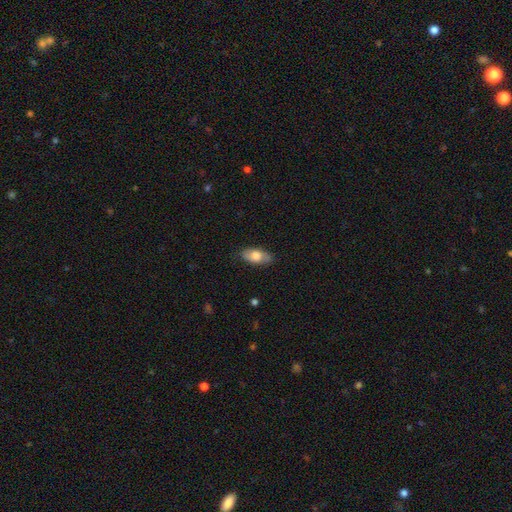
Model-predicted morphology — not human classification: smooth_or_featured: smooth (p=0.71) [alt: featured or disk p=0.22]
how_rounded: in between (p=0.88) [alt: cigar-shaped p=0.08]
merging: none (p=0.81) [alt: minor disturbance p=0.15]